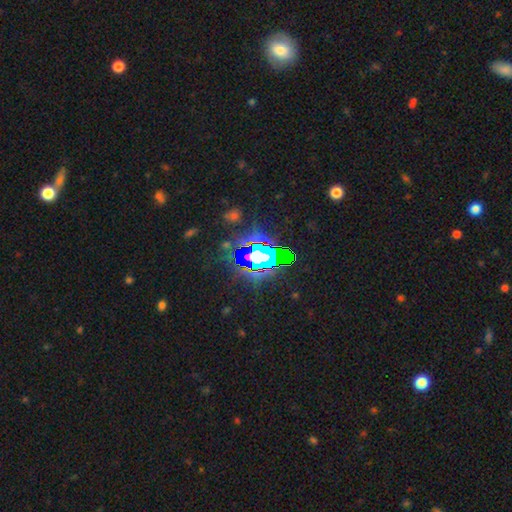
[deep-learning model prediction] smooth-or-featured: star or artifact: 70% | smooth: 15% | featured or disk: 15%